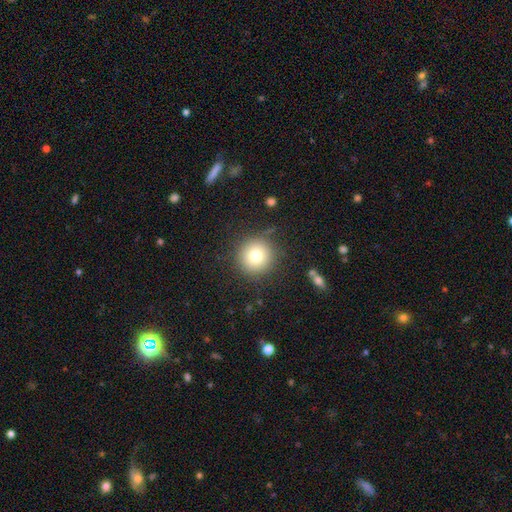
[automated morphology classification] A smooth galaxy with no disk features (76%) that is round (95%). Merging: none (86%).